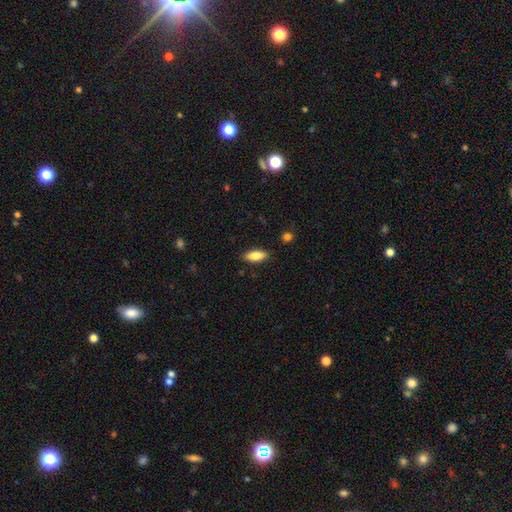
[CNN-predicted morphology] smooth_or_featured: smooth (p=0.84) [alt: featured or disk p=0.09]
how_rounded: in between (p=0.77) [alt: cigar-shaped p=0.21]
merging: none (p=0.87) [alt: minor disturbance p=0.10]